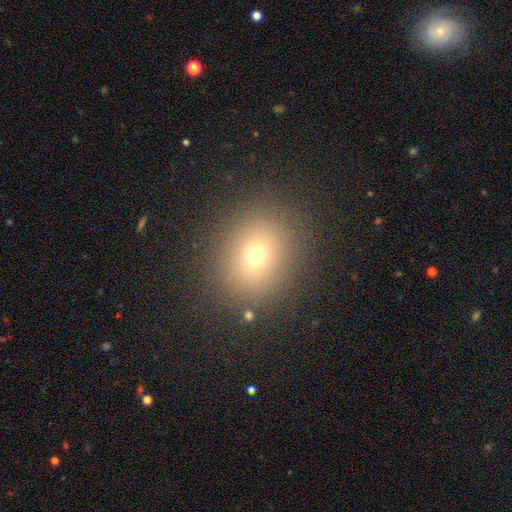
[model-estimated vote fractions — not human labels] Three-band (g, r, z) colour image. It shows a smooth galaxy with no disk features (68%) that is round (70%). Merging: none (88%).